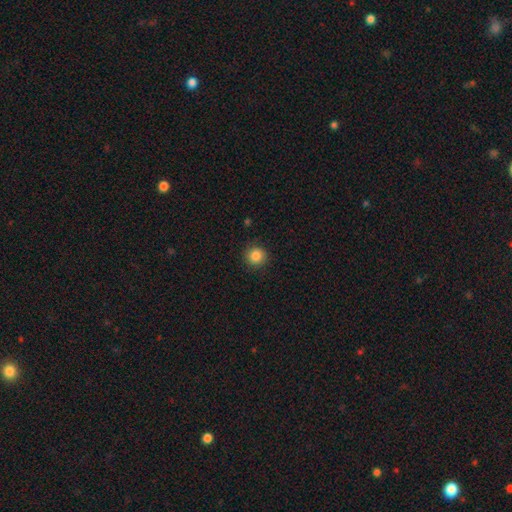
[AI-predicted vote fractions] Overall: smooth (85%). How rounded: round (94%). Merging: none (89%).